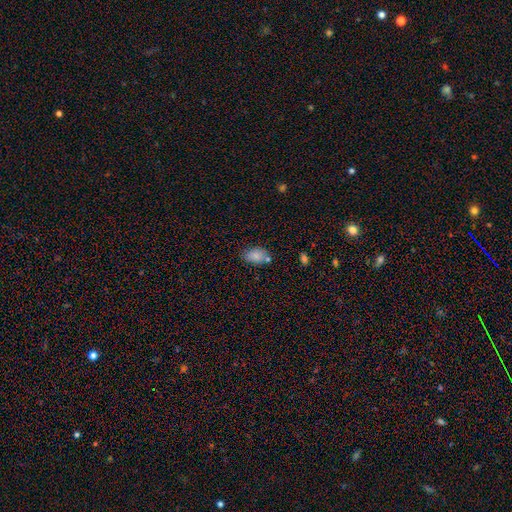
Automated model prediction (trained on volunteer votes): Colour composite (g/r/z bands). It shows a smooth galaxy with no disk features (84%) that is in between round and cigar-shaped (87%). Merging: none (66%).